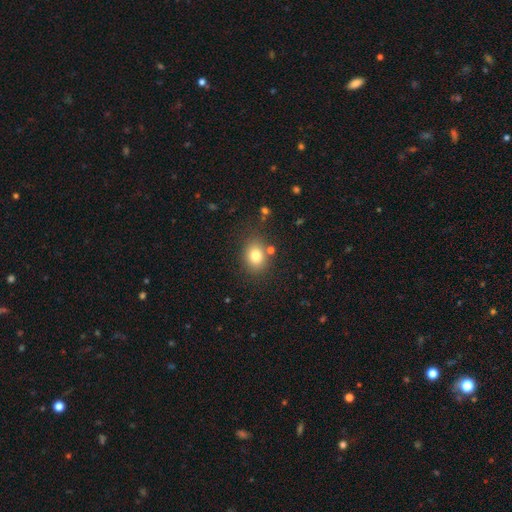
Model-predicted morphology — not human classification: Smooth or featured: smooth — 80% (star or artifact — 11%)
How rounded: in between — 52% (round — 48%)
Merging: none — 80% (minor disturbance — 11%)